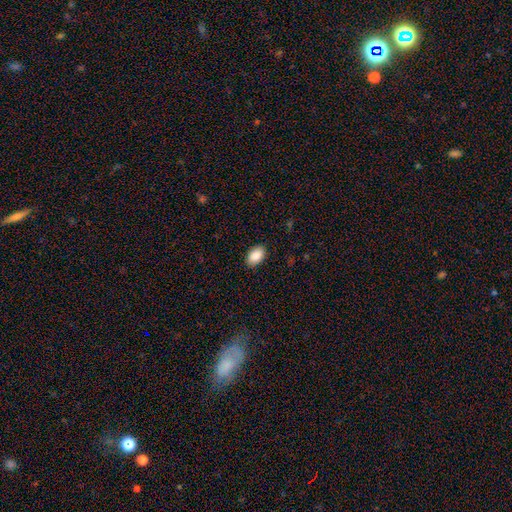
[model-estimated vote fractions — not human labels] smooth 89%, star or artifact 7%, featured or disk 4%. Down the decision tree: how rounded — in between (91%); merging — none (89%).